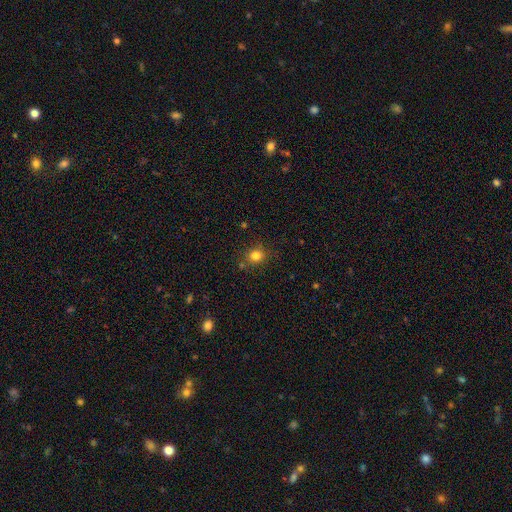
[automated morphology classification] Q: Smooth or featured?
A: smooth (80%); runner-up: star or artifact (13%)
Q: How rounded?
A: round (74%); runner-up: in between (25%)
Q: Merging?
A: none (79%); runner-up: minor disturbance (12%)